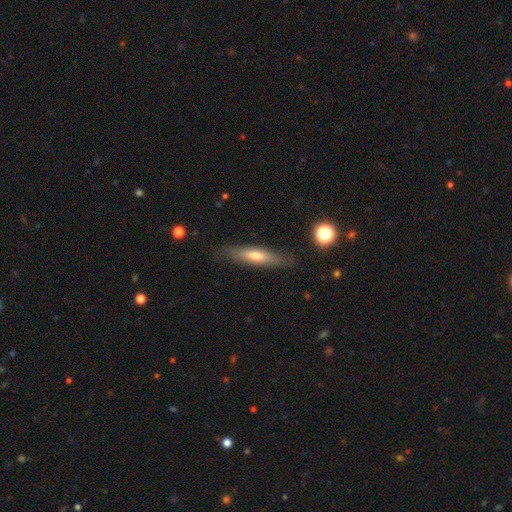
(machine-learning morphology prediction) Smooth or featured: smooth — 53% (featured or disk — 40%)
How rounded: cigar-shaped — 79% (in between — 19%)
Merging: none — 82% (minor disturbance — 13%)